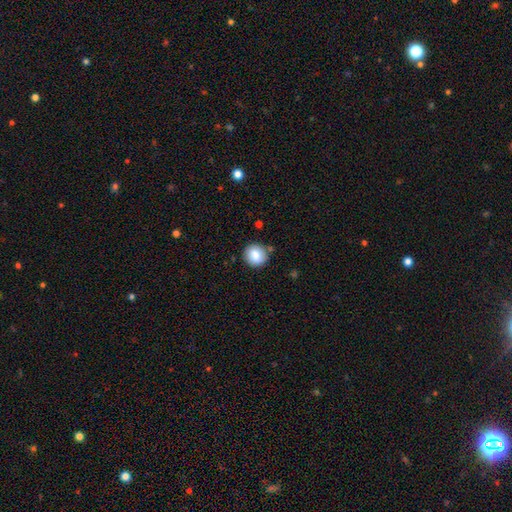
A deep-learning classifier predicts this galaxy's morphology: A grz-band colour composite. It shows a smooth galaxy with no disk features (84%) that is round (88%). Merging: none (84%).